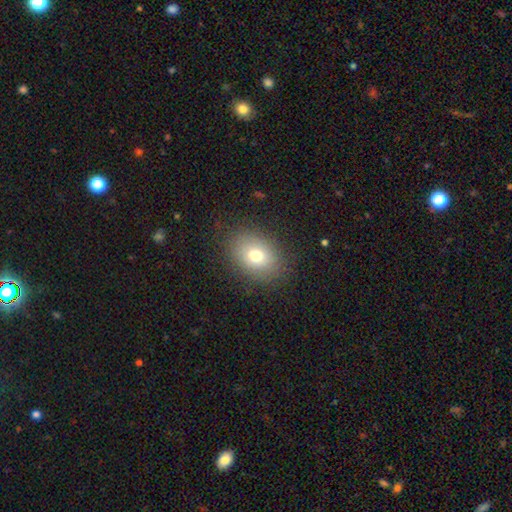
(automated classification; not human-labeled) Smooth or featured? smooth (73%)
How rounded? in between (62%)
Merging? none (83%)